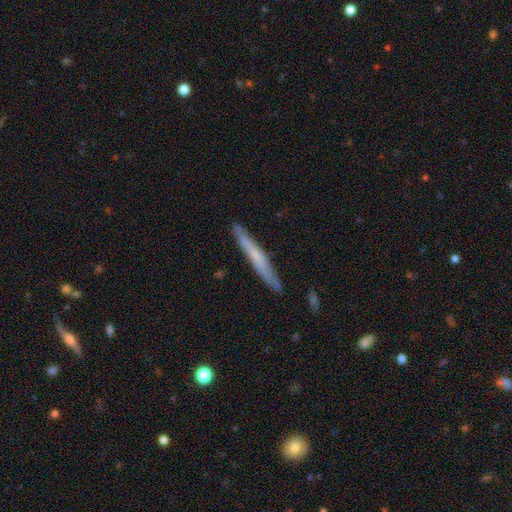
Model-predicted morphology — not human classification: Smooth or featured?
  - smooth: 49% *
  - featured or disk: 45%
  - star or artifact: 6%
Merging?
  - none: 88% *
  - minor disturbance: 9%
  - major disturbance: 2%
  - merger: 1%